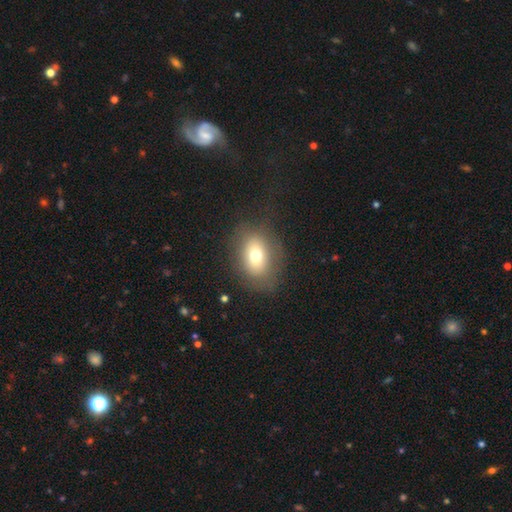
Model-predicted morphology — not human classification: The model was most divided on "how rounded": in between: 68%, round: 30%, cigar-shaped: 1%. More confident: merging — none (75%); smooth or featured — smooth (71%).